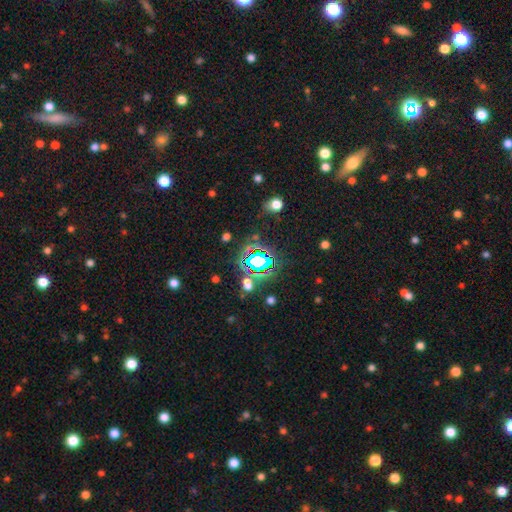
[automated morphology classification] This appears to be a star or artifact, not a galaxy (64%).